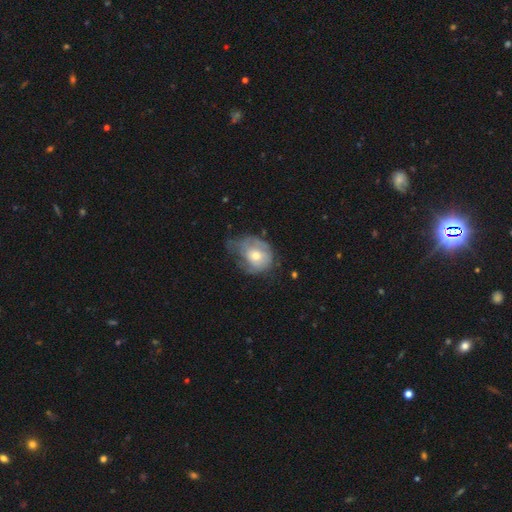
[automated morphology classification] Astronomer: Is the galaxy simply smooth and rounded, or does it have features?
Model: smooth — 48% (runner-up: featured or disk, 45%).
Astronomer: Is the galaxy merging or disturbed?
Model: minor disturbance — 36% (runner-up: none, 31%).